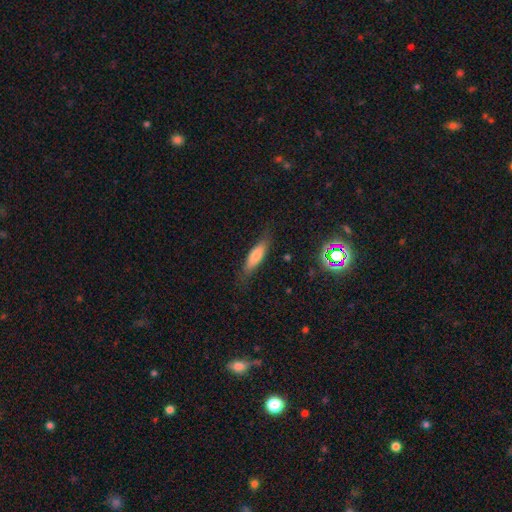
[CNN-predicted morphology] Smooth or featured?
  - smooth: 75% *
  - featured or disk: 17%
  - star or artifact: 7%
How rounded?
  - cigar-shaped: 54% *
  - in between: 44%
  - round: 2%
Merging?
  - none: 76% *
  - minor disturbance: 17%
  - major disturbance: 5%
  - merger: 1%